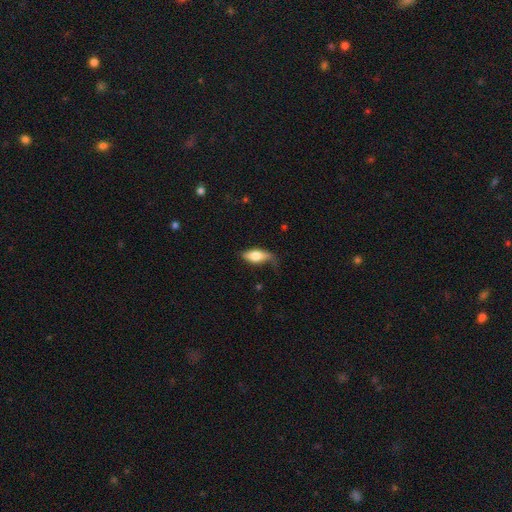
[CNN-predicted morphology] Smooth or featured?
  - smooth: 68% *
  - featured or disk: 26%
  - star or artifact: 6%
How rounded?
  - in between: 78% *
  - cigar-shaped: 19%
  - round: 3%
Merging?
  - none: 46% *
  - minor disturbance: 36%
  - major disturbance: 15%
  - merger: 3%